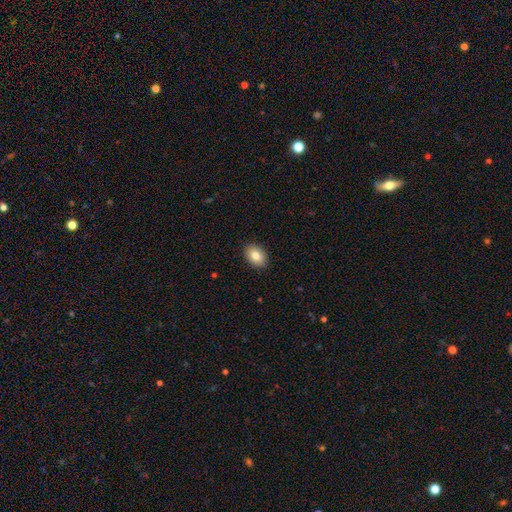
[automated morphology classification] Smooth or featured: smooth — 83% (featured or disk — 9%)
How rounded: in between — 86% (round — 12%)
Merging: none — 90% (minor disturbance — 8%)